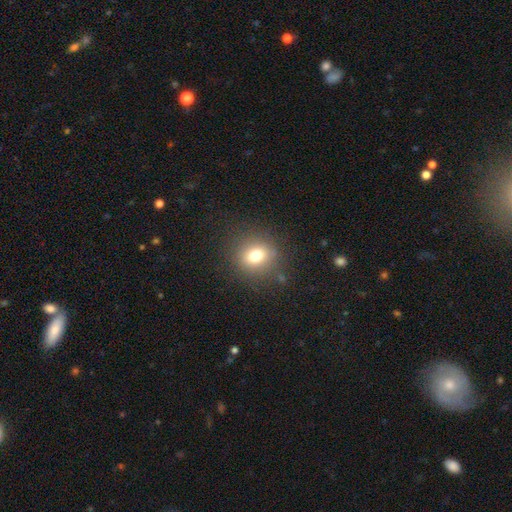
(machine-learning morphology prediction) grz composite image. It shows a smooth galaxy with no disk features (75%) that is round (78%). Merging: none (86%).